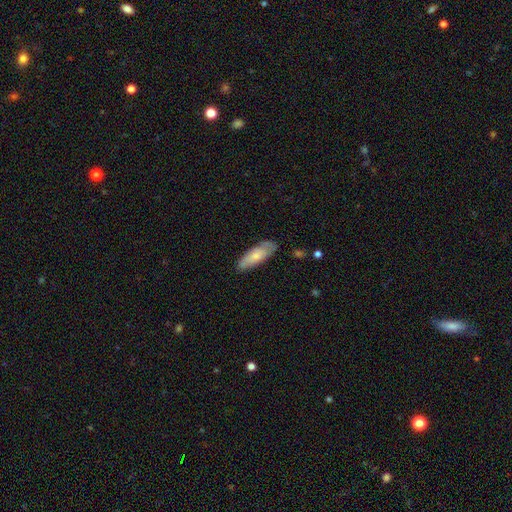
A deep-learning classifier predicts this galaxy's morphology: smooth-or-featured: smooth: 73% | featured or disk: 21% | star or artifact: 6%
  how-rounded: in between: 63% | cigar-shaped: 35% | round: 2%
  merging: none: 77% | minor disturbance: 18% | major disturbance: 3% | merger: 2%